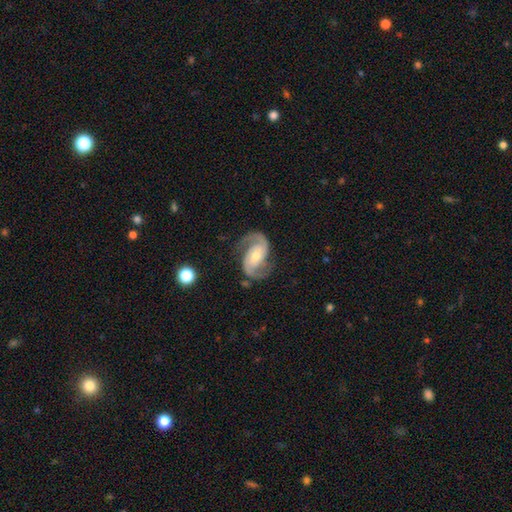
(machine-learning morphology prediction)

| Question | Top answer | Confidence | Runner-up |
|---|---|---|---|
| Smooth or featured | featured or disk | 91% | smooth (5%) |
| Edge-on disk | no | 98% | yes (2%) |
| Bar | no | 44% | weak (37%) |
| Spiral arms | yes | 98% | no (2%) |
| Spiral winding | medium | 54% | loose (26%) |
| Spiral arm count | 2 | 94% | can't tell (2%) |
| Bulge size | moderate | 57% | small (36%) |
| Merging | none | 78% | minor disturbance (13%) |